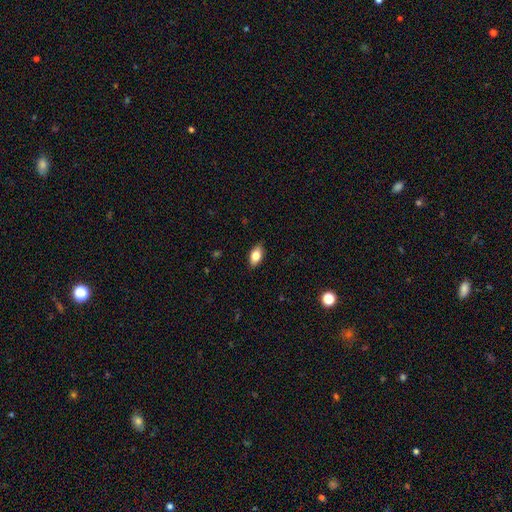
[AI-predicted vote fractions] smooth 78%, featured or disk 14%, star or artifact 8%. Down the decision tree: how rounded — in between (89%); merging — none (86%).